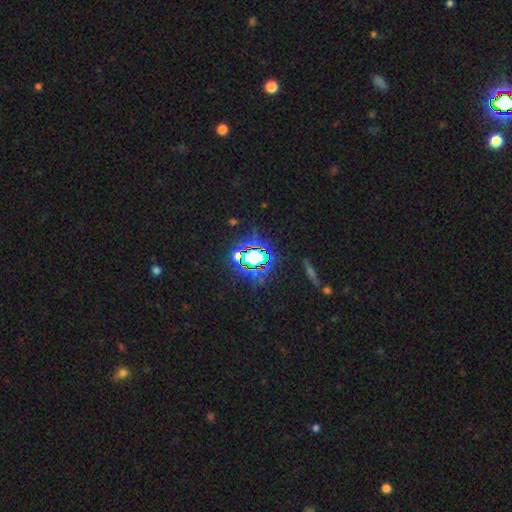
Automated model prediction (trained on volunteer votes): Q: Smooth or featured?
A: star or artifact (71%); runner-up: smooth (17%)